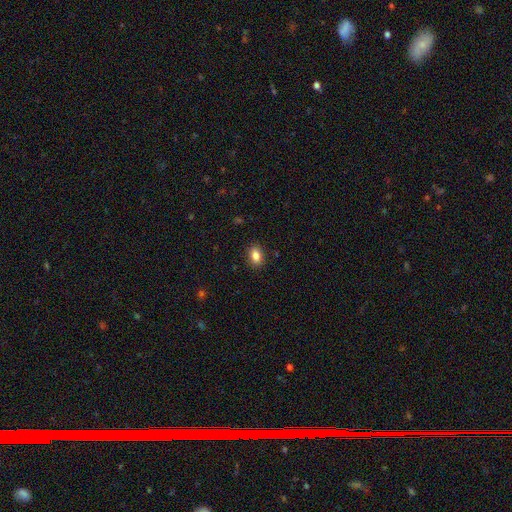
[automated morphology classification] smooth-or-featured: smooth: 85% | star or artifact: 9% | featured or disk: 6%
  how-rounded: in between: 83% | round: 15% | cigar-shaped: 2%
  merging: none: 88% | minor disturbance: 8% | major disturbance: 2% | merger: 1%